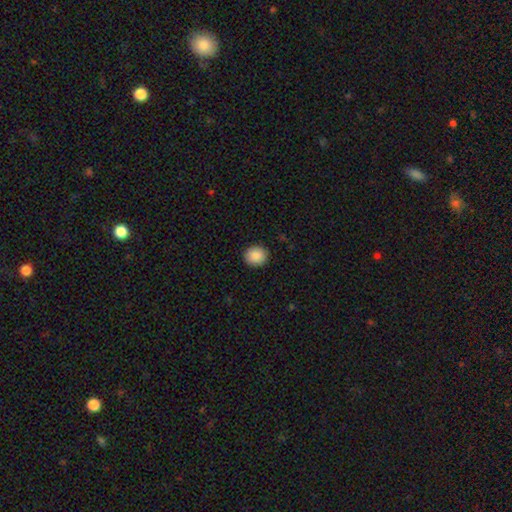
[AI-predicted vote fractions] Q: Smooth or featured?
A: smooth (88%); runner-up: star or artifact (8%)
Q: How rounded?
A: round (81%); runner-up: in between (19%)
Q: Merging?
A: none (91%); runner-up: minor disturbance (6%)